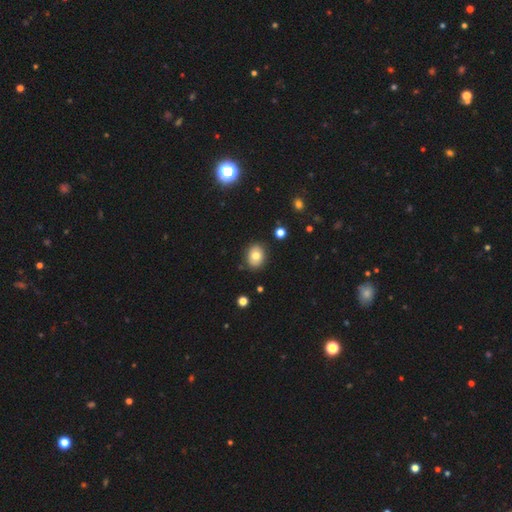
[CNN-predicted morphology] smooth_or_featured: smooth (p=0.76) [alt: featured or disk p=0.14]
how_rounded: in between (p=0.60) [alt: round p=0.39]
merging: none (p=0.86) [alt: minor disturbance p=0.10]